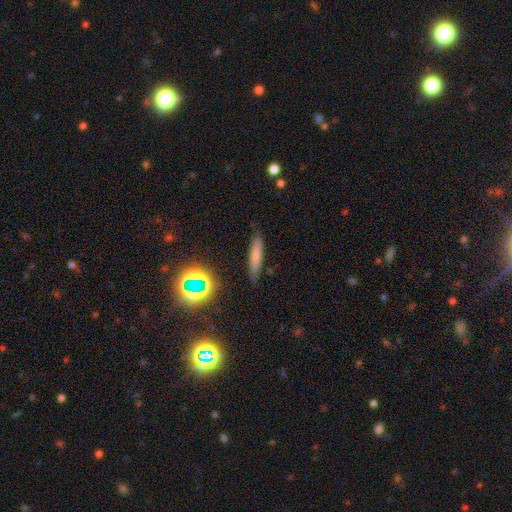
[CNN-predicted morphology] smooth 67%, featured or disk 19%, star or artifact 14%. Down the decision tree: how rounded — cigar-shaped (84%); merging — none (83%).